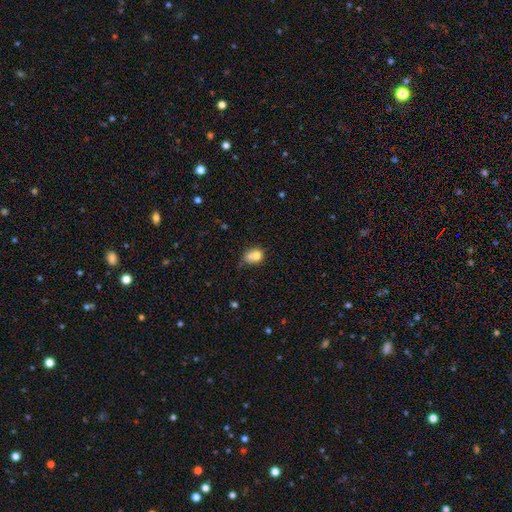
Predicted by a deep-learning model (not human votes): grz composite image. It shows a smooth galaxy with no disk features (73%) that is round (56%). Merging: merger (41%).